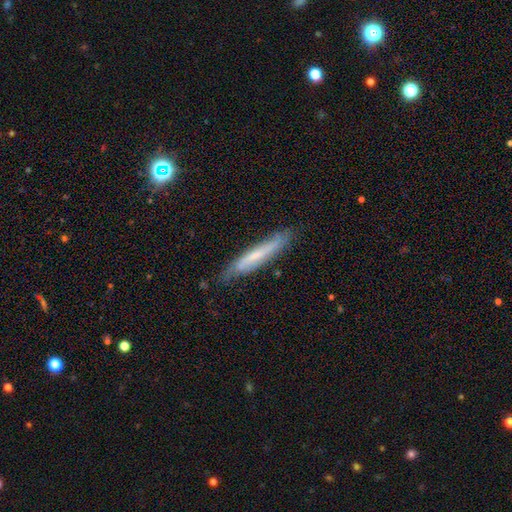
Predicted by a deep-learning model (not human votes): smooth-or-featured: featured or disk: 51% | smooth: 41% | star or artifact: 8%
  disk-edge-on: yes: 68% | no: 32%
  merging: none: 76% | minor disturbance: 19% | major disturbance: 4% | merger: 2%